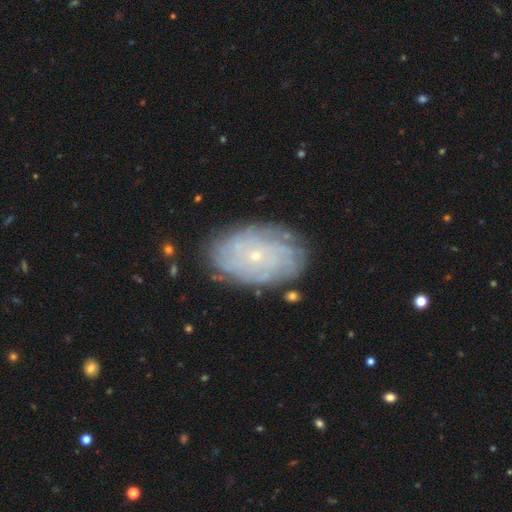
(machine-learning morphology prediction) type=featured or disk (75%); edge-on=no (96%); bar=no (85%); spiral arms=yes (87%); winding=tight (78%); arm count=can't tell (45%); bulge=small (86%); merging=none (81%).